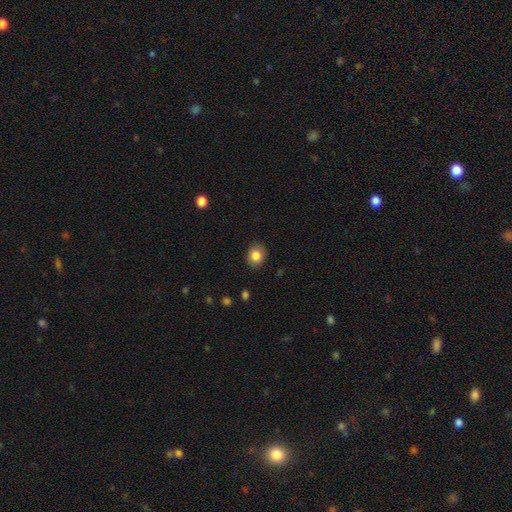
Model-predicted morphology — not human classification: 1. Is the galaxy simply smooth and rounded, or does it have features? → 85% smooth, 9% star or artifact, 6% featured or disk.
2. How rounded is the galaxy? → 63% round, 36% in between, 1% cigar-shaped.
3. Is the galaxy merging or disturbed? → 87% none, 9% minor disturbance, 2% major disturbance, 1% merger.